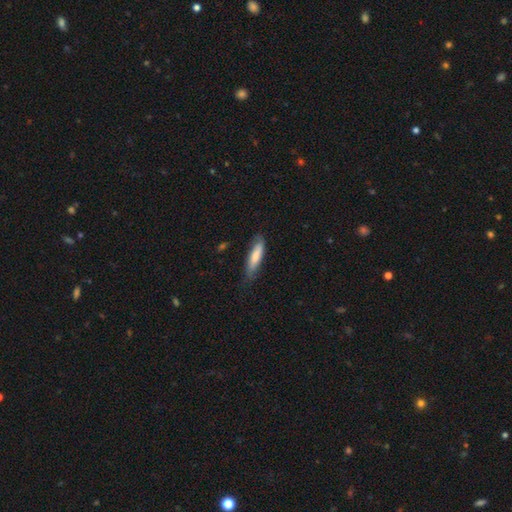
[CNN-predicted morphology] Smooth or featured: smooth — 77% (featured or disk — 17%)
How rounded: cigar-shaped — 71% (in between — 28%)
Merging: none — 70% (minor disturbance — 23%)